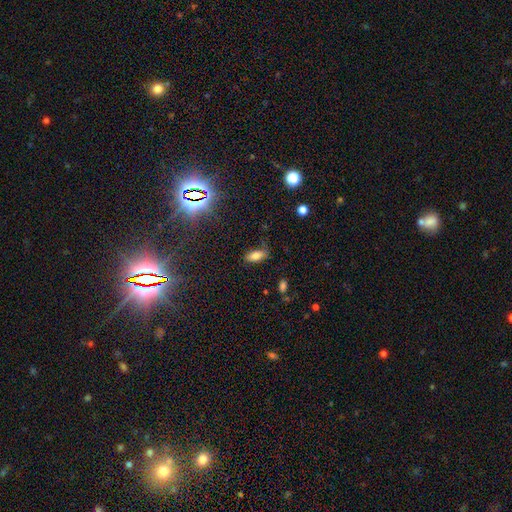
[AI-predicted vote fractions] smooth-or-featured: smooth: 77% | star or artifact: 12% | featured or disk: 12%
  how-rounded: in between: 85% | cigar-shaped: 12% | round: 3%
  merging: none: 76% | minor disturbance: 18% | major disturbance: 4% | merger: 2%